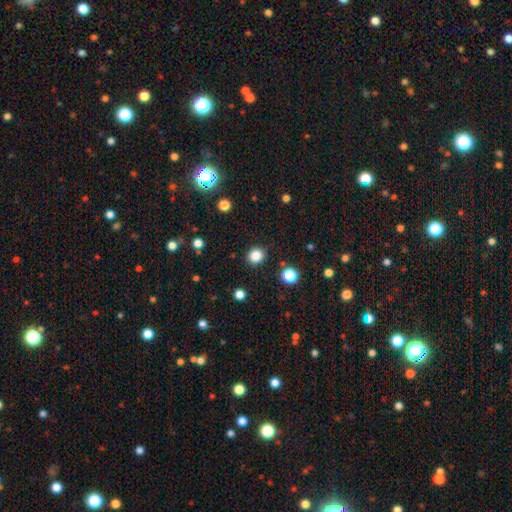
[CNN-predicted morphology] This appears to be a smooth galaxy with no disk features (85%) that is round (82%). Merging: none (90%).